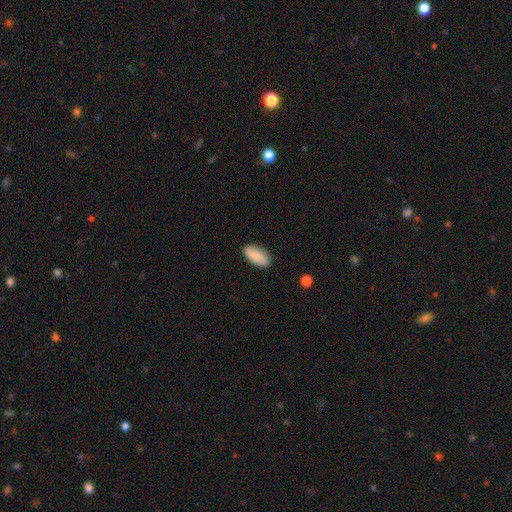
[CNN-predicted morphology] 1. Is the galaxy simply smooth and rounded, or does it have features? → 83% smooth, 10% featured or disk, 6% star or artifact.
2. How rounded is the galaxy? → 91% in between, 7% cigar-shaped, 2% round.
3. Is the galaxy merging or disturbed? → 85% none, 11% minor disturbance, 2% major disturbance, 1% merger.